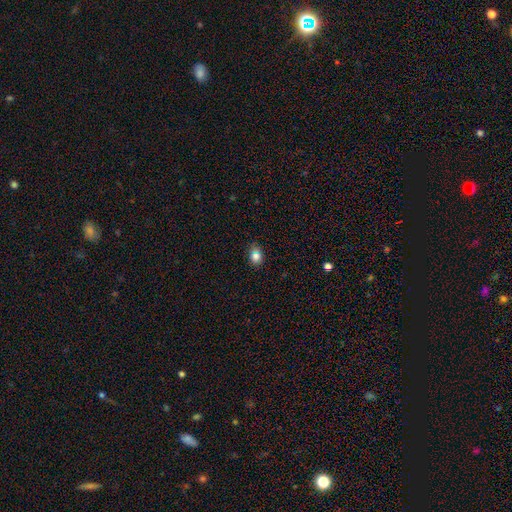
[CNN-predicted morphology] Smooth or featured?
  - smooth: 81% *
  - star or artifact: 12%
  - featured or disk: 7%
How rounded?
  - in between: 62% *
  - round: 36%
  - cigar-shaped: 1%
Merging?
  - none: 73% *
  - minor disturbance: 21%
  - major disturbance: 4%
  - merger: 2%